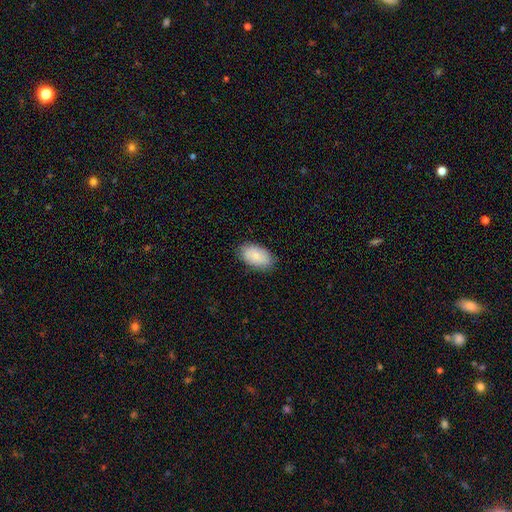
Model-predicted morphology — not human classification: Smooth or featured? Predicted: smooth (p=0.85). How rounded? Predicted: in between (p=0.94). Merging? Predicted: none (p=0.83).